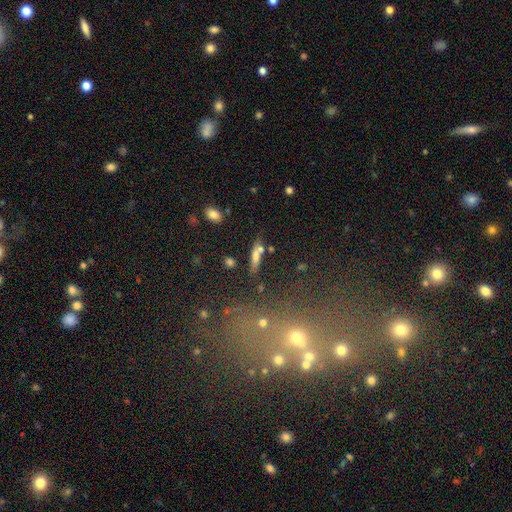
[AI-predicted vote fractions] Smooth or featured? smooth (64%)
How rounded? cigar-shaped (67%)
Merging? none (60%)